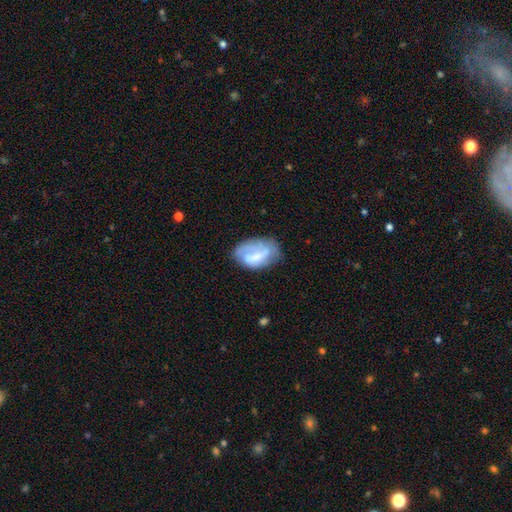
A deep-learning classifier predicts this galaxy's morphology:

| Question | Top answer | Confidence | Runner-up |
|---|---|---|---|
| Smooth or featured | smooth | 46% | tied: featured or disk (46%) |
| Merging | none | 48% | minor disturbance (30%) |